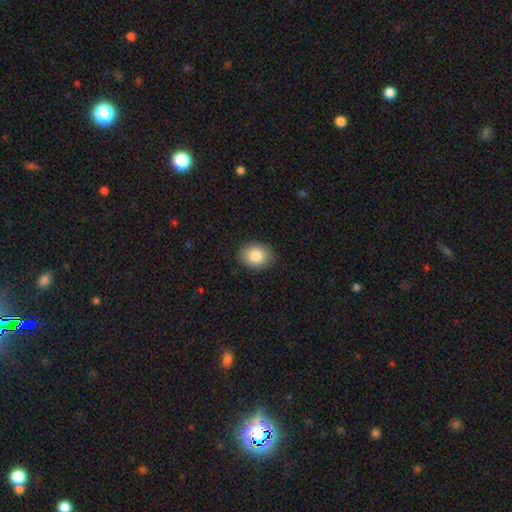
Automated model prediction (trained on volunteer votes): smooth_or_featured: smooth (p=0.85) [alt: star or artifact p=0.08]
how_rounded: round (p=0.59) [alt: in between p=0.40]
merging: none (p=0.87) [alt: minor disturbance p=0.10]